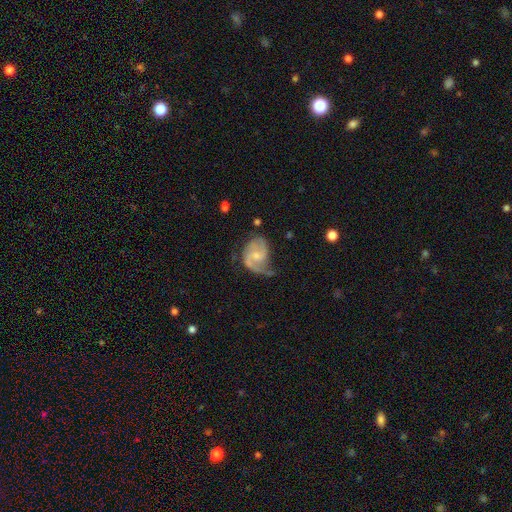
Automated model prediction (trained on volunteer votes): featured or disk 81%, smooth 14%, star or artifact 5%. Down the decision tree: edge-on disk — no (98%); bar — no (50%); spiral arms — yes (95%); spiral arm count — 2 (76%); spiral winding — medium (51%); bulge size — small (49%); merging — none (48%).